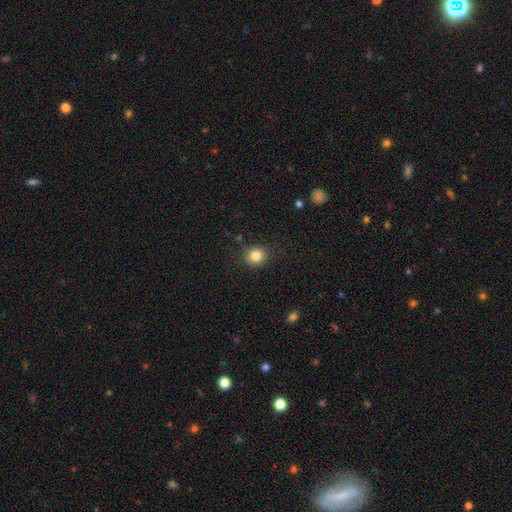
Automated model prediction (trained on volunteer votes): This appears to be a smooth galaxy with no disk features (84%) that is round (84%). Merging: none (87%).